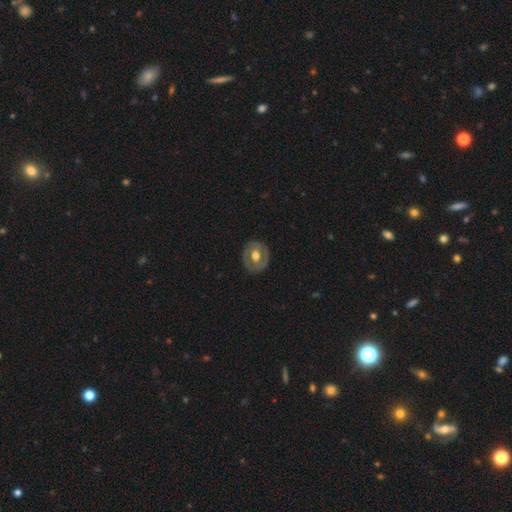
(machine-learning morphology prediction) This appears to be a featured or disk galaxy (51%). Merging: none (83%).